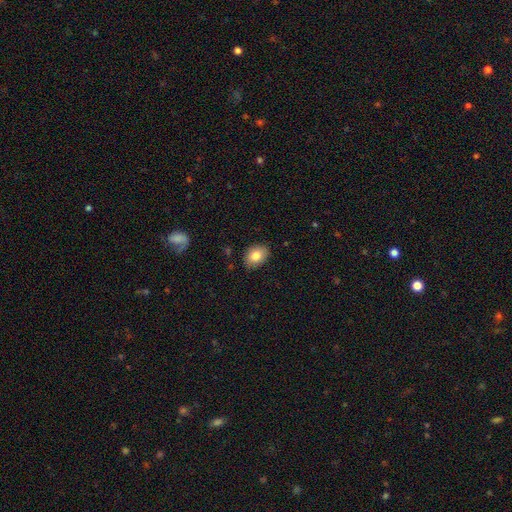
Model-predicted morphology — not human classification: Smooth or featured: smooth — 82% (featured or disk — 10%)
How rounded: in between — 67% (round — 33%)
Merging: none — 85% (minor disturbance — 12%)